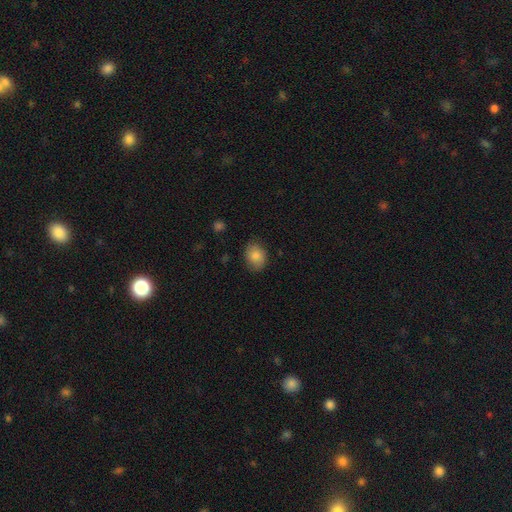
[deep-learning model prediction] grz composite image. It shows a smooth galaxy with no disk features (83%) that is in between round and cigar-shaped (58%). Merging: none (79%).